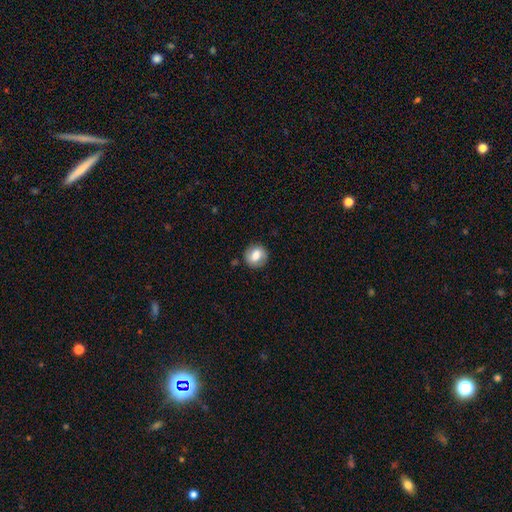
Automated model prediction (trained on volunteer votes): Q: Smooth or featured?
A: smooth (68%); runner-up: featured or disk (23%)
Q: How rounded?
A: round (82%); runner-up: in between (17%)
Q: Merging?
A: none (83%); runner-up: minor disturbance (12%)